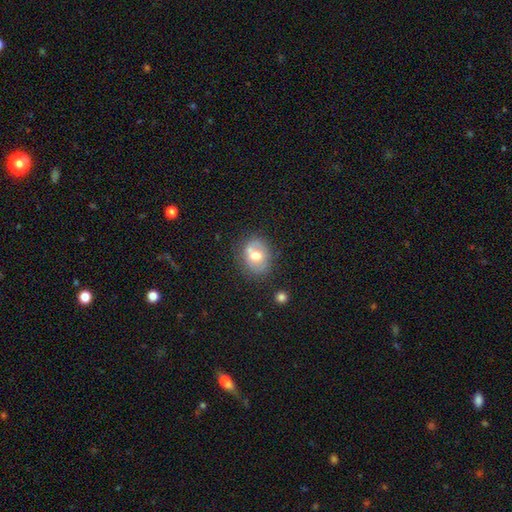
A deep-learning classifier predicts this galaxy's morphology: smooth_or_featured: smooth (p=0.58) [alt: featured or disk p=0.33]
how_rounded: round (p=0.56) [alt: in between p=0.43]
merging: none (p=0.61) [alt: minor disturbance p=0.22]